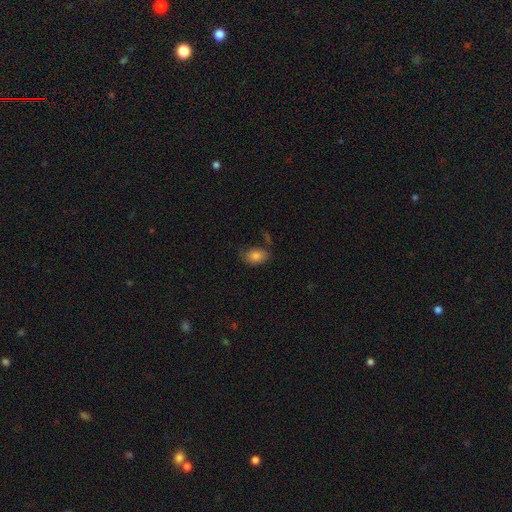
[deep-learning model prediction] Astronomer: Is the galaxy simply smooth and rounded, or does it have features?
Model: smooth — 82%.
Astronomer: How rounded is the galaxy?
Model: in between — 84%.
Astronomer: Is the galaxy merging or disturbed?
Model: none — 66%.